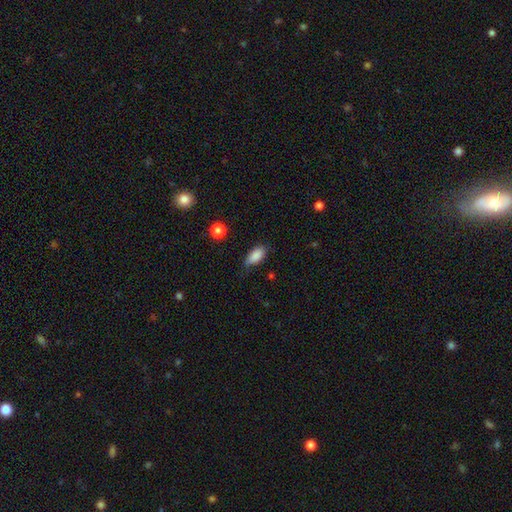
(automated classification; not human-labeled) A smooth galaxy with no disk features (87%) that is in between round and cigar-shaped (89%).

Vote fractions:
- Smooth or featured? smooth: 87% / star or artifact: 8% / featured or disk: 6%
- How rounded? in between: 89% / cigar-shaped: 8% / round: 3%
- Merging? none: 71% / minor disturbance: 23% / major disturbance: 4% / merger: 2%